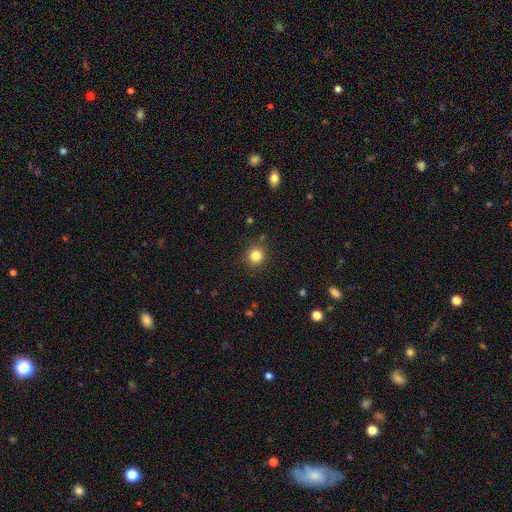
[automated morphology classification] Smooth or featured? Predicted: smooth (p=0.83). How rounded? Predicted: round (p=0.90). Merging? Predicted: none (p=0.88).